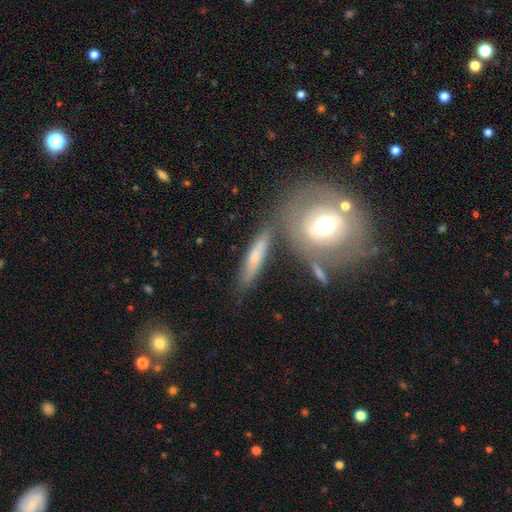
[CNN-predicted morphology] This is possibly a smooth galaxy (57%). How rounded: likely cigar-shaped (70%). Merging: likely none (61%).